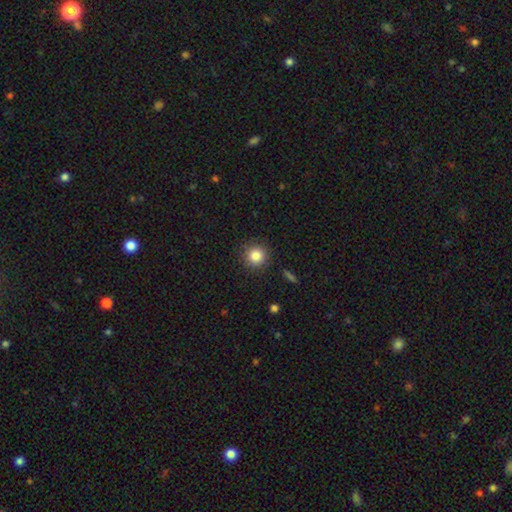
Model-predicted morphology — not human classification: Overall: smooth (85%). How rounded: round (94%). Merging: none (90%).